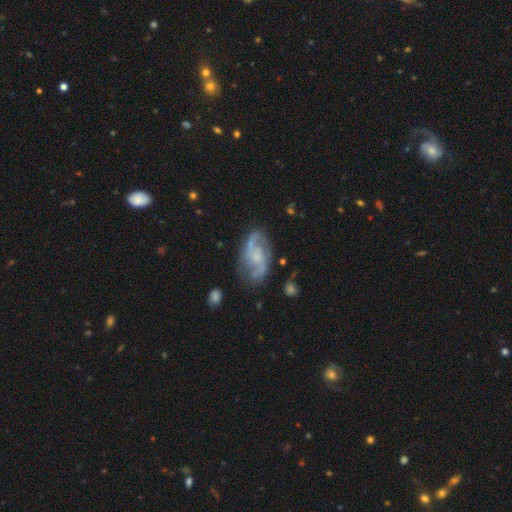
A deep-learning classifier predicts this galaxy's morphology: smooth-or-featured: featured or disk: 84% | smooth: 10% | star or artifact: 6%
  disk-edge-on: no: 97% | yes: 3%
    bar: no: 50% | weak: 42% | strong: 8%
    has-spiral-arms: yes: 95% | no: 5%
      spiral-winding: medium: 46% | loose: 40% | tight: 14%
      spiral-arm-count: 2: 88% | can't tell: 5% | 3: 2% | 1: 2% | 4: 1% | more than 4: 1%
    bulge-size: small: 40% | none: 31% | moderate: 24% | large: 4% | dominant: 1%
  merging: none: 74% | minor disturbance: 17% | major disturbance: 7% | merger: 2%